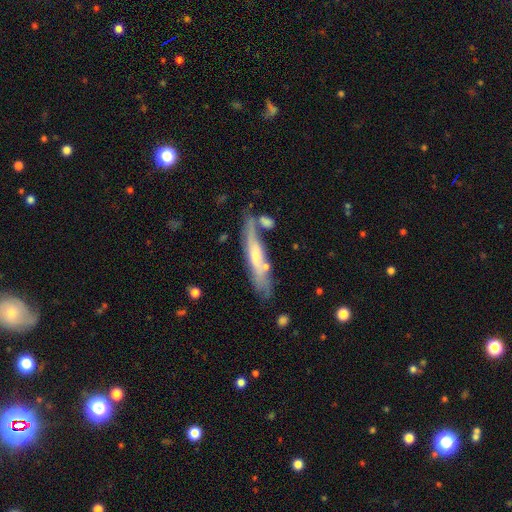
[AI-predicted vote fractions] featured or disk 55%, smooth 39%, star or artifact 6%. Down the decision tree: edge-on disk — yes (76%); merging — none (59%).